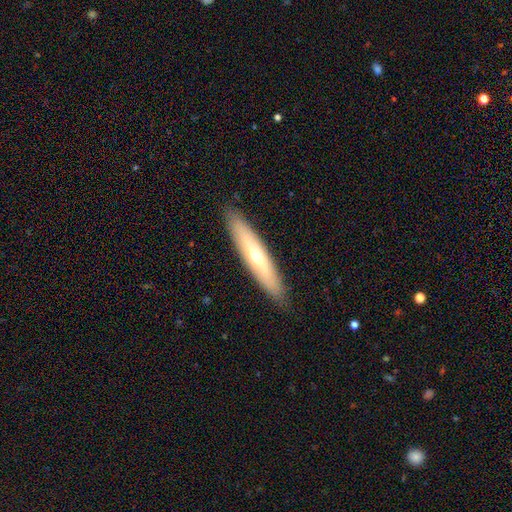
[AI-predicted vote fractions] This appears to be a featured or disk galaxy (51%) viewed edge-on (78%). Merging: none (90%).